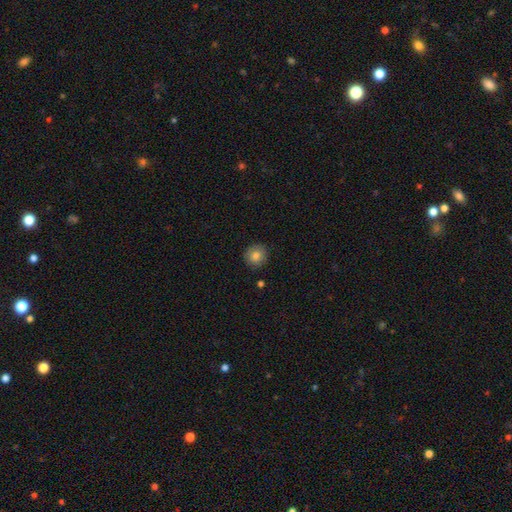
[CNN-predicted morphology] A smooth galaxy with no disk features (83%) that is round (88%). Merging: none (87%).